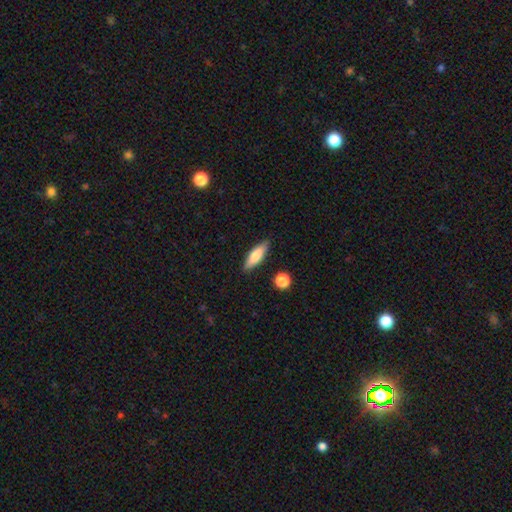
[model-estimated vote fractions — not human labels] smooth_or_featured: smooth (p=0.74) [alt: featured or disk p=0.20]
how_rounded: cigar-shaped (p=0.51) [alt: in between p=0.46]
merging: none (p=0.85) [alt: minor disturbance p=0.10]